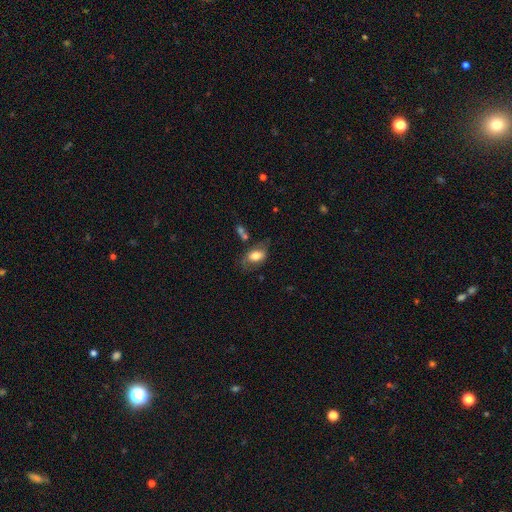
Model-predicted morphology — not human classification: Overall: smooth (65%; featured or disk 27%). How rounded: in between (86%). Merging: none (56%; minor disturbance 24%).